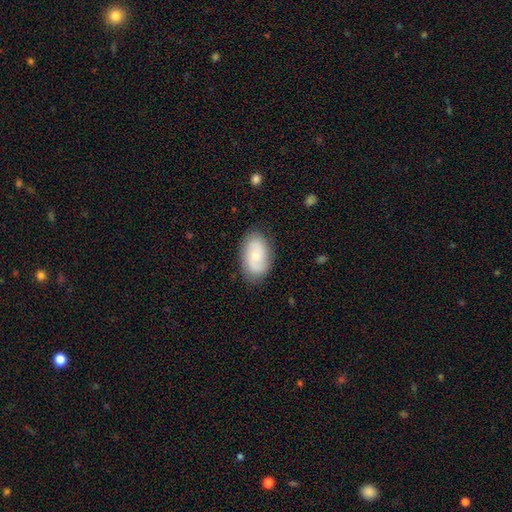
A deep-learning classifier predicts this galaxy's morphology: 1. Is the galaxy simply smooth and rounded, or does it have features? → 50% smooth, 44% featured or disk, 7% star or artifact.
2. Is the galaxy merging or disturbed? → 82% none, 14% minor disturbance, 3% major disturbance, 1% merger.